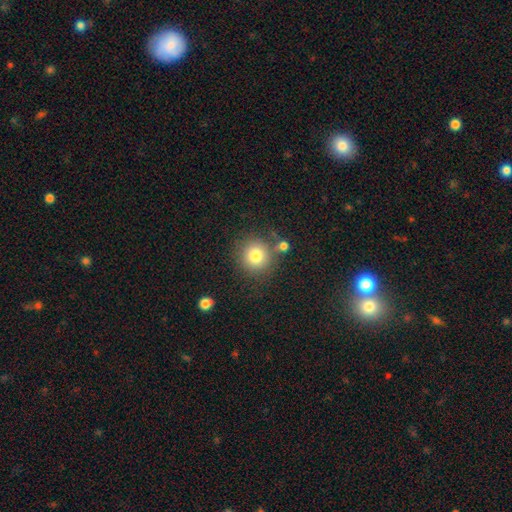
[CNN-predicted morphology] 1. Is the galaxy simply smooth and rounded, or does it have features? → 80% smooth, 11% star or artifact, 9% featured or disk.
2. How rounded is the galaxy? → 92% round, 7% in between, 1% cigar-shaped.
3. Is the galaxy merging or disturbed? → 73% none, 11% minor disturbance, 11% merger, 5% major disturbance.